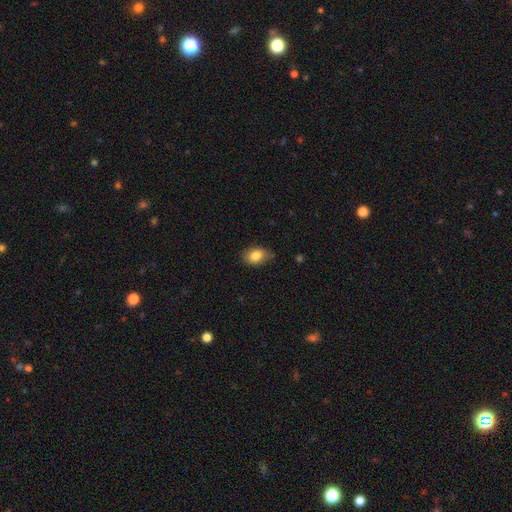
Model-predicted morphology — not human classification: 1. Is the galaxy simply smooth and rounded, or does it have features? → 83% smooth, 9% featured or disk, 8% star or artifact.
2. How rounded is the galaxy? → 79% in between, 20% round, 1% cigar-shaped.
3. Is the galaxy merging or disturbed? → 71% none, 23% minor disturbance, 4% major disturbance, 2% merger.